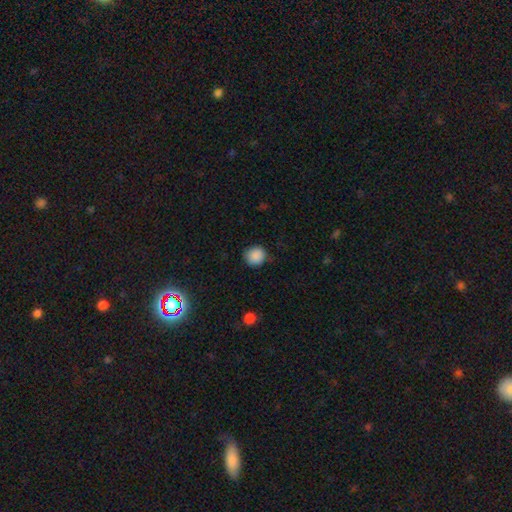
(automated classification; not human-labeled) Morphology: type=smooth (88%); roundness=round (90%); merging=none (83%).